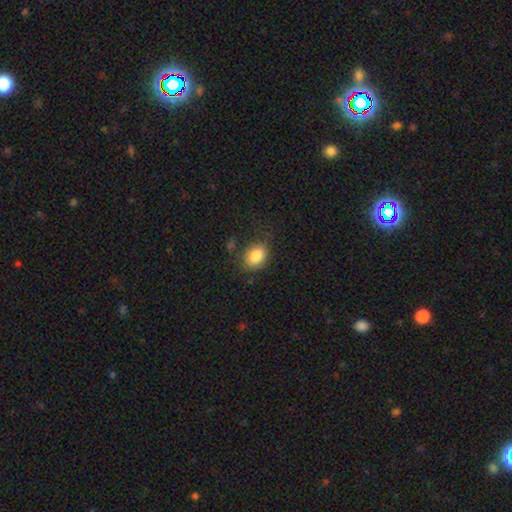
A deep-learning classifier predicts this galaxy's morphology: Smooth or featured? Predicted: smooth (p=0.85). How rounded? Predicted: in between (p=0.71). Merging? Predicted: none (p=0.70).